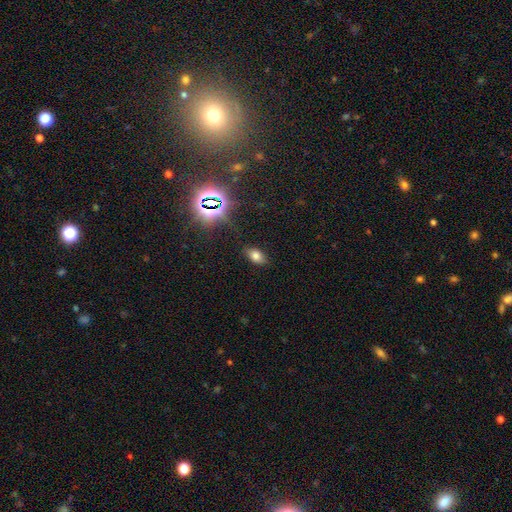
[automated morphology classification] Smooth or featured: smooth — 71% (star or artifact — 20%)
How rounded: in between — 87% (round — 10%)
Merging: none — 84% (minor disturbance — 11%)